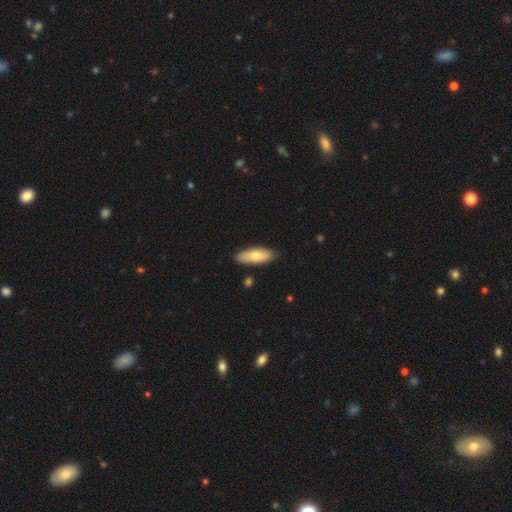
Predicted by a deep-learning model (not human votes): Smooth or featured: smooth — 75% (featured or disk — 20%)
How rounded: in between — 68% (cigar-shaped — 30%)
Merging: none — 87% (minor disturbance — 10%)